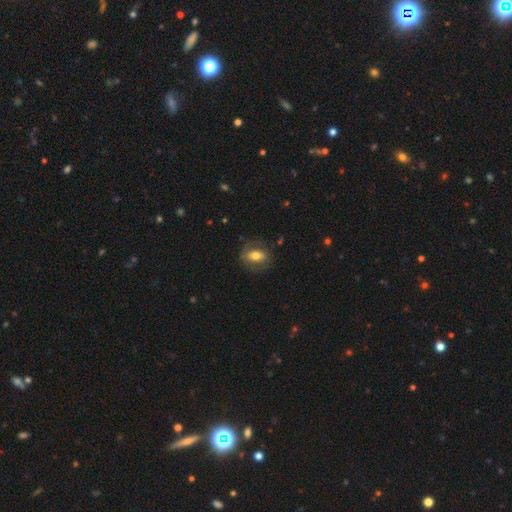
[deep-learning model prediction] This is possibly a smooth galaxy (59%). How rounded: likely in between (72%). Merging: likely none (74%).